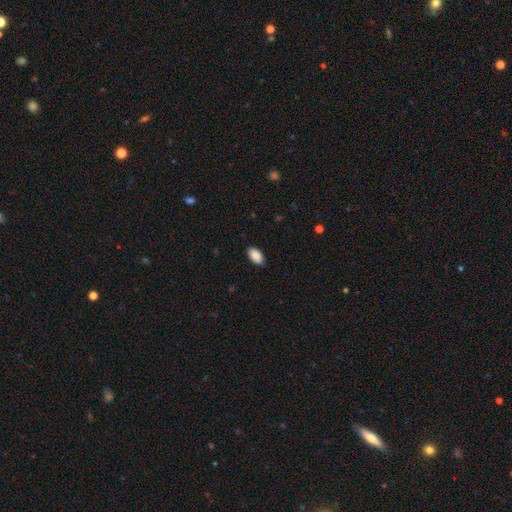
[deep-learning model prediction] Overall: smooth (88%). How rounded: in between (94%). Merging: none (89%).